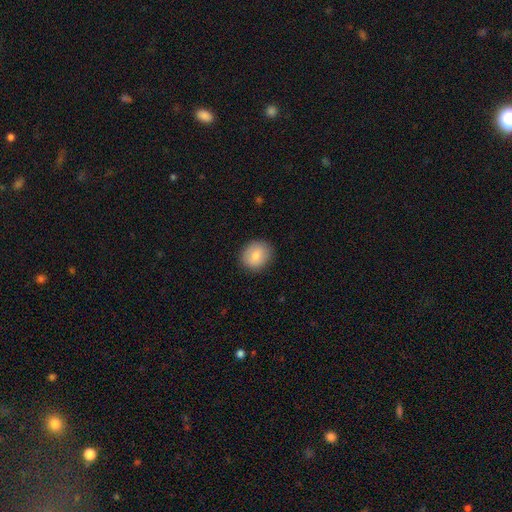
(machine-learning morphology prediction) smooth_or_featured: smooth (p=0.80) [alt: featured or disk p=0.12]
how_rounded: round (p=0.72) [alt: in between p=0.27]
merging: none (p=0.87) [alt: minor disturbance p=0.10]